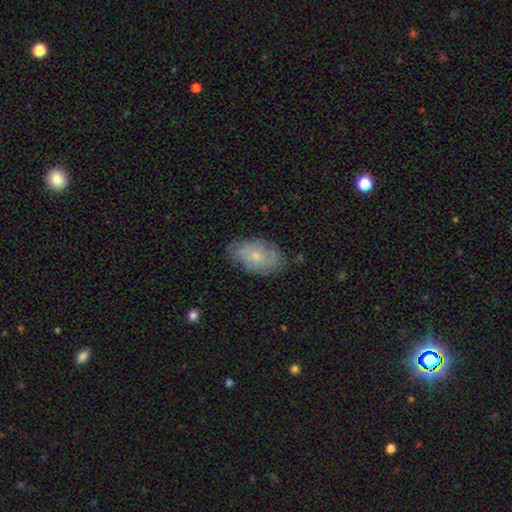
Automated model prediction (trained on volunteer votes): Smooth or featured? smooth (61%)
How rounded? in between (90%)
Merging? none (66%)